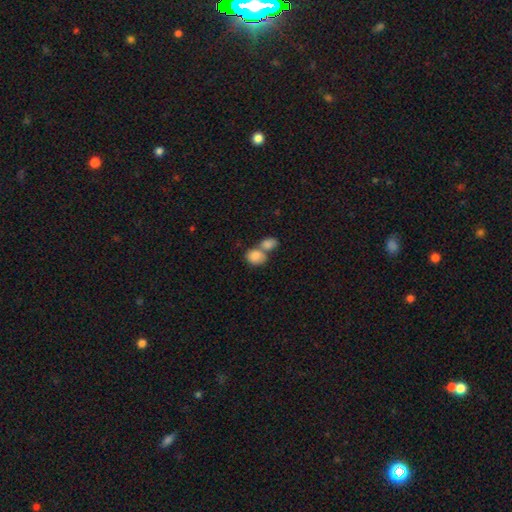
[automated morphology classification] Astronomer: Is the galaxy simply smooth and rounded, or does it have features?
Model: smooth — 84%.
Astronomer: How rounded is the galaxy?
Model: in between — 50% (runner-up: round, 49%).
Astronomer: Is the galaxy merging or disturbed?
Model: merger — 63%.